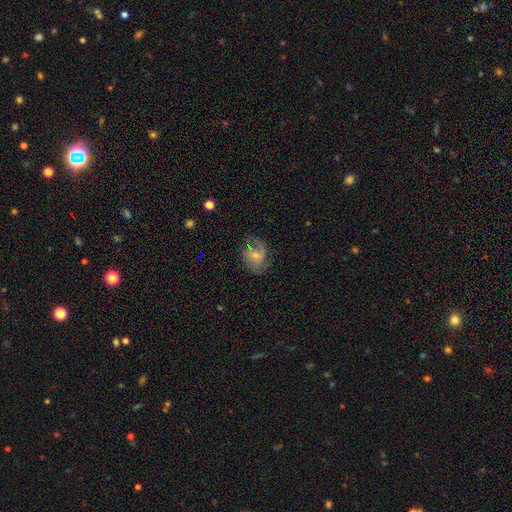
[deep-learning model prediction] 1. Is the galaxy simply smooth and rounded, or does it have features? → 60% featured or disk, 32% smooth, 8% star or artifact.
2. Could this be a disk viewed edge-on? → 97% no, 3% yes.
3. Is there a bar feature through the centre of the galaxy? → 56% no, 37% weak, 7% strong.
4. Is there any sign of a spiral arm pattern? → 84% yes, 16% no.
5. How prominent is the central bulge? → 62% small, 29% moderate, 6% none, 2% large, 1% dominant.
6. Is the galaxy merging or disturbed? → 58% none, 24% minor disturbance, 17% major disturbance, 2% merger.